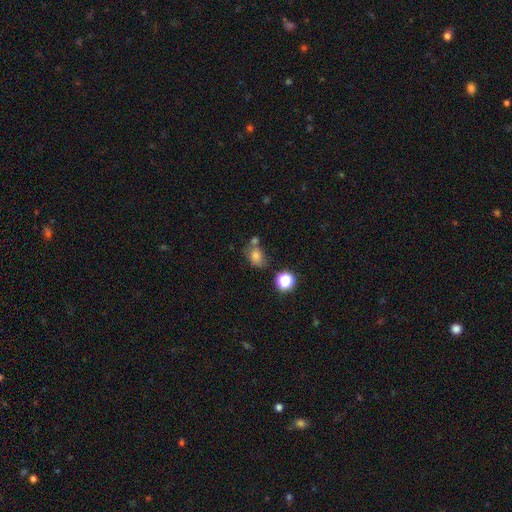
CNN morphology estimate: smooth_or_featured: smooth (p=0.75) [alt: star or artifact p=0.14]
how_rounded: in between (p=0.57) [alt: round p=0.42]
merging: none (p=0.49) [alt: merger p=0.22]